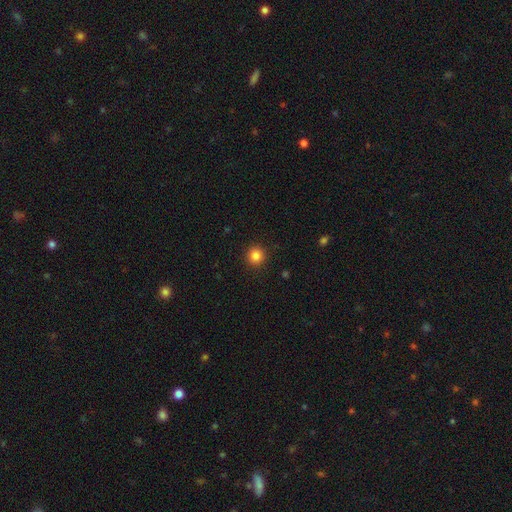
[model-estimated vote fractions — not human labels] A smooth galaxy with no disk features (85%) that is round (94%).

Vote fractions:
- Smooth or featured? smooth: 85% / star or artifact: 11% / featured or disk: 4%
- How rounded? round: 94% / in between: 5% / cigar-shaped: 1%
- Merging? none: 92% / minor disturbance: 5% / major disturbance: 2% / merger: 1%